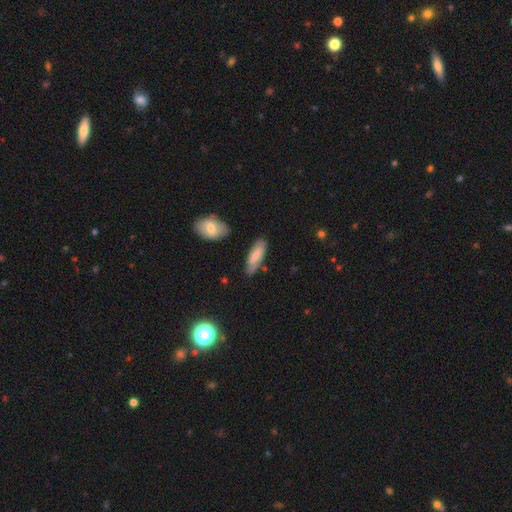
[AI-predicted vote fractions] This is likely a smooth galaxy (65%). How rounded: likely in between (65%). Merging: likely none (77%).